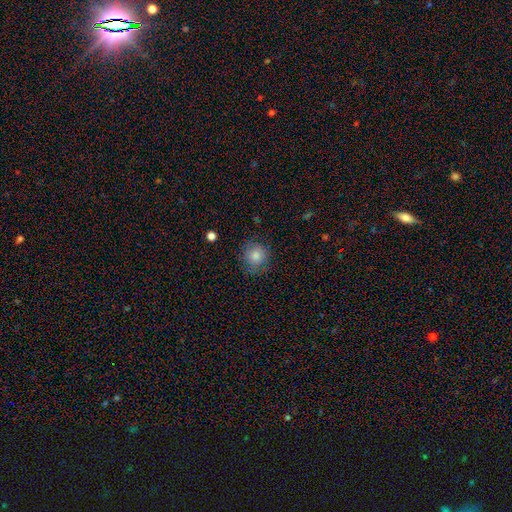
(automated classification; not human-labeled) smooth-or-featured: smooth: 80% | star or artifact: 12% | featured or disk: 8%
  how-rounded: round: 91% | in between: 8% | cigar-shaped: 1%
  merging: none: 83% | minor disturbance: 13% | major disturbance: 3% | merger: 1%